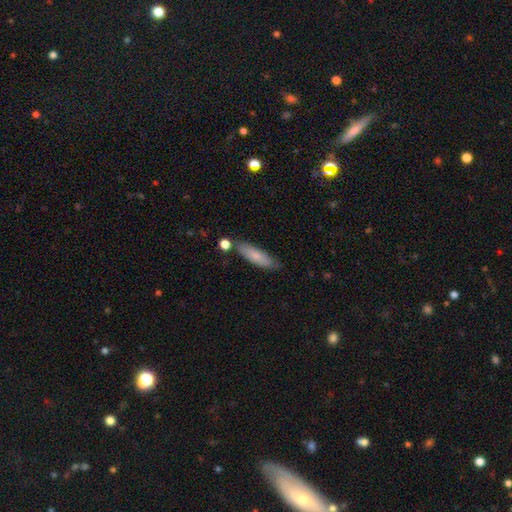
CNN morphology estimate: Smooth or featured?
  - smooth: 75% *
  - featured or disk: 19%
  - star or artifact: 6%
How rounded?
  - cigar-shaped: 63% *
  - in between: 35%
  - round: 2%
Merging?
  - none: 74% *
  - minor disturbance: 16%
  - merger: 7%
  - major disturbance: 3%